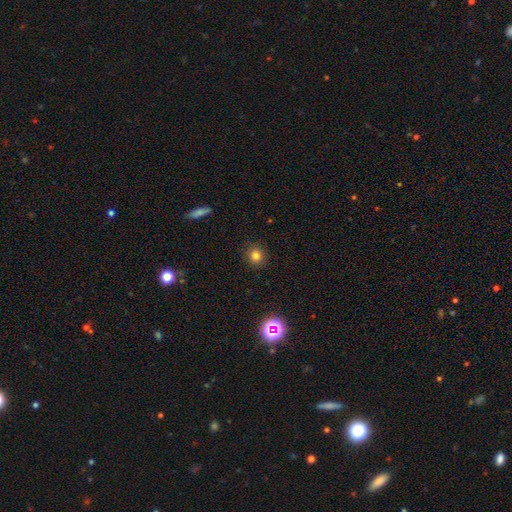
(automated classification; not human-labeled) smooth-or-featured: smooth: 80% | star or artifact: 15% | featured or disk: 6%
  how-rounded: round: 87% | in between: 12% | cigar-shaped: 1%
  merging: none: 89% | minor disturbance: 8% | major disturbance: 2% | merger: 1%